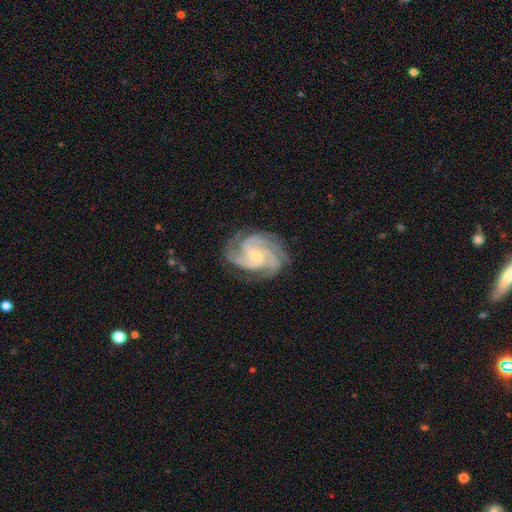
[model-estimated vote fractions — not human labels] Smooth or featured? Predicted: featured or disk (p=0.92). Edge-on disk? Predicted: no (p=0.98). Bar? Predicted: no (p=0.64). Spiral arms? Predicted: yes (p=0.99). Spiral winding? Predicted: tight (p=0.60). Spiral arm count? Predicted: 4 (p=0.40). Bulge size? Predicted: small (p=0.66). Merging? Predicted: none (p=0.78).